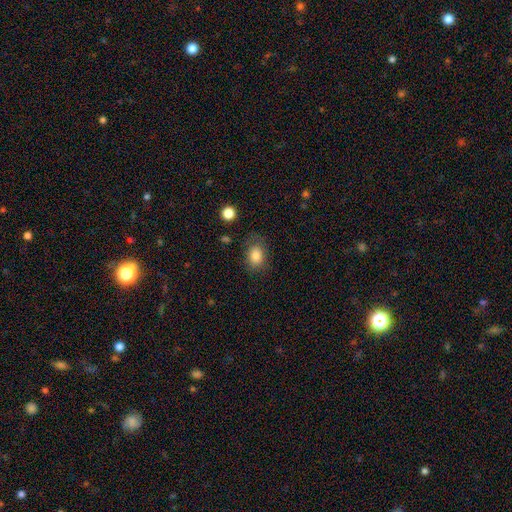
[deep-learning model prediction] Overall: smooth (84%). How rounded: in between (69%; round 30%). Merging: none (72%).